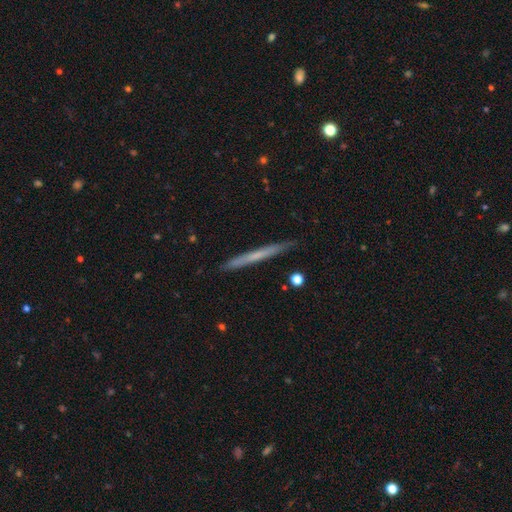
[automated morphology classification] Smooth or featured: smooth — 50% (featured or disk — 45%)
Merging: none — 90% (minor disturbance — 7%)